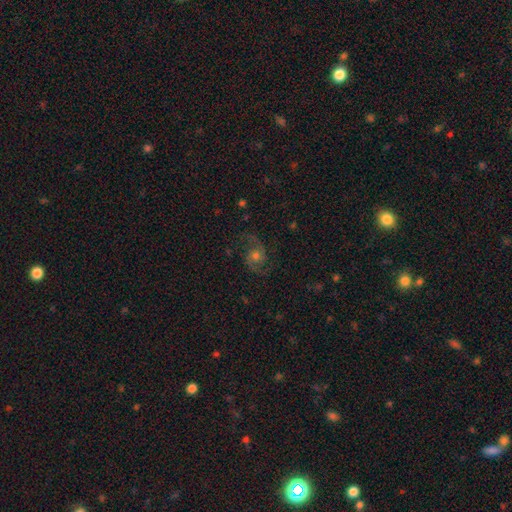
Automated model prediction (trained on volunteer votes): Smooth or featured? Predicted: featured or disk (p=0.77). Edge-on disk? Predicted: no (p=0.97). Bar? Predicted: no (p=0.72). Spiral arms? Predicted: yes (p=0.95). Spiral winding? Predicted: medium (p=0.47). Spiral arm count? Predicted: 2 (p=0.91). Bulge size? Predicted: moderate (p=0.56). Merging? Predicted: none (p=0.75).